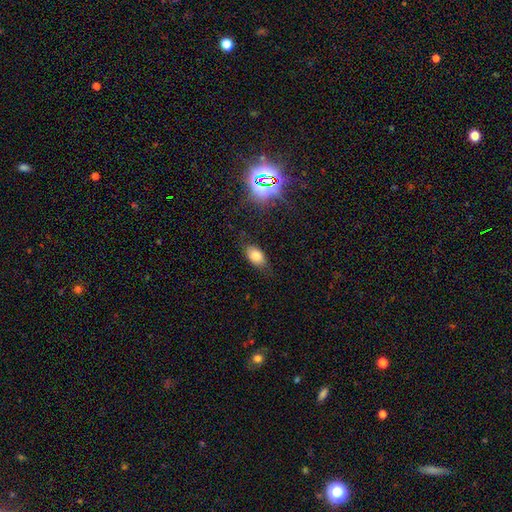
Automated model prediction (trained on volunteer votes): Q: Smooth or featured?
A: smooth (77%); runner-up: star or artifact (13%)
Q: How rounded?
A: in between (89%); runner-up: round (8%)
Q: Merging?
A: none (78%); runner-up: minor disturbance (16%)